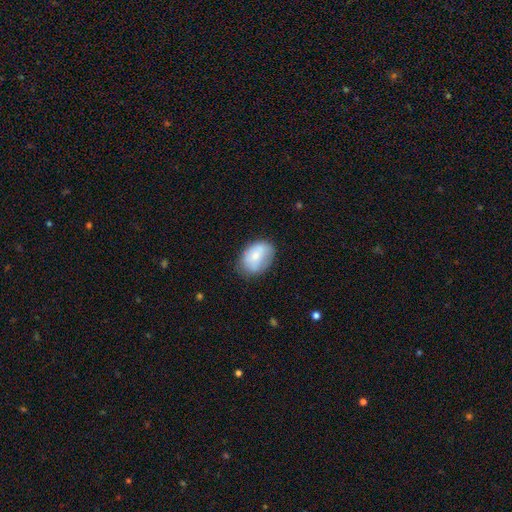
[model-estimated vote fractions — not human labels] Smooth or featured? Predicted: smooth (p=0.72). How rounded? Predicted: in between (p=0.80). Merging? Predicted: none (p=0.66).